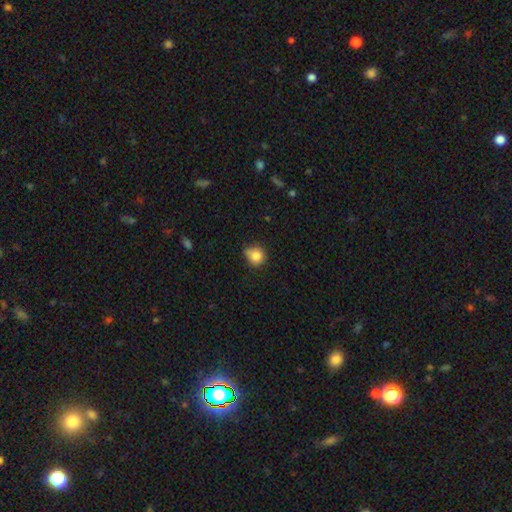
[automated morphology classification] smooth 83%, star or artifact 10%, featured or disk 6%. Down the decision tree: how rounded — round (84%); merging — none (63%).